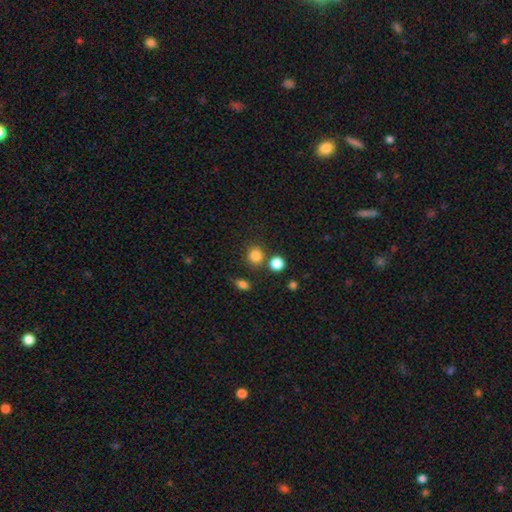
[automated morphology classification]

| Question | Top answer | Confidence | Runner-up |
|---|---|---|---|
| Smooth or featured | smooth | 83% | star or artifact (13%) |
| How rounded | round | 84% | in between (15%) |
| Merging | none | 76% | merger (12%) |